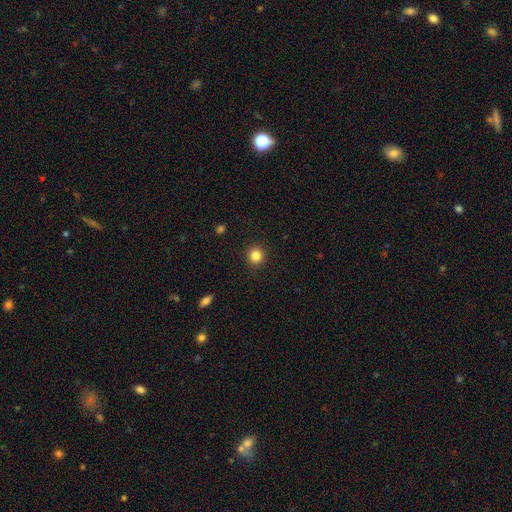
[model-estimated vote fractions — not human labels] A smooth galaxy with no disk features (84%) that is round (94%). Merging: none (92%).